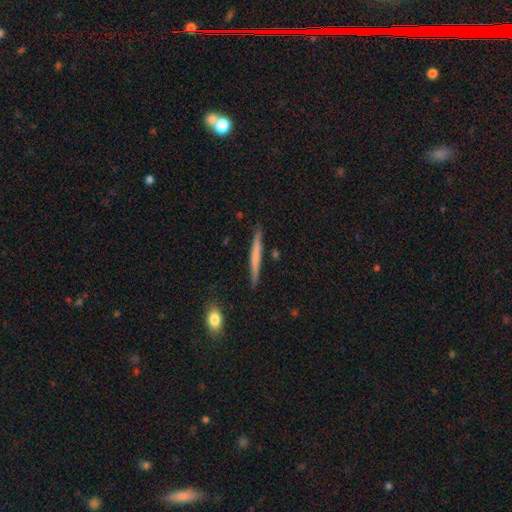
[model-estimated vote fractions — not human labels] A smooth galaxy with no disk features (59%) that is cigar-shaped (96%). Merging: none (89%).